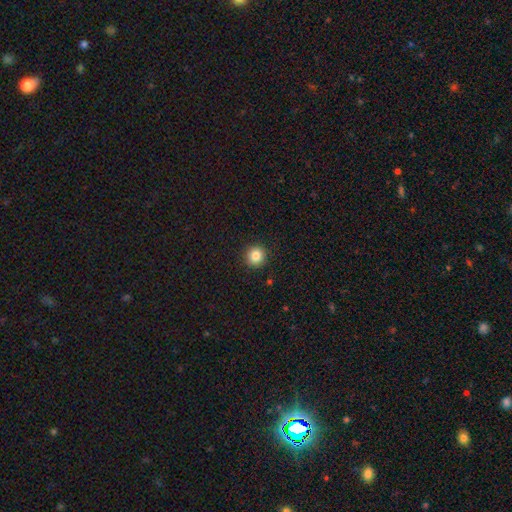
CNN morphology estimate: Q: Smooth or featured?
A: smooth (84%); runner-up: star or artifact (11%)
Q: How rounded?
A: round (94%); runner-up: in between (5%)
Q: Merging?
A: none (92%); runner-up: minor disturbance (5%)